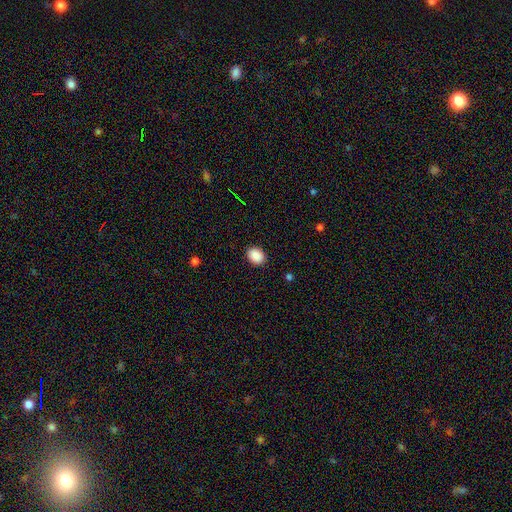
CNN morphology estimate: smooth-or-featured: smooth: 89% | star or artifact: 8% | featured or disk: 3%
  how-rounded: in between: 55% | round: 45% | cigar-shaped: 1%
  merging: none: 90% | minor disturbance: 7% | major disturbance: 2% | merger: 1%